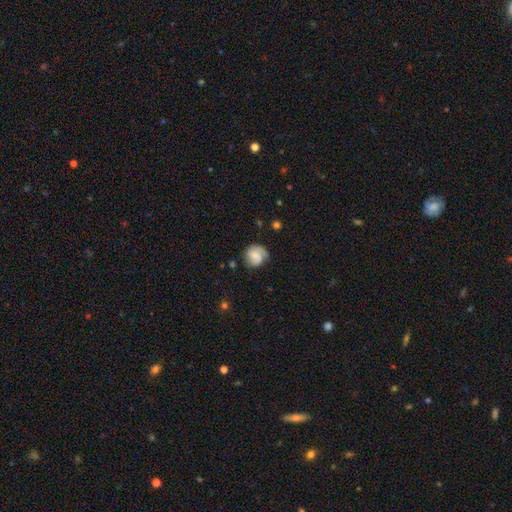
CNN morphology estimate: A smooth galaxy with no disk features (47%). Merging: none (63%).